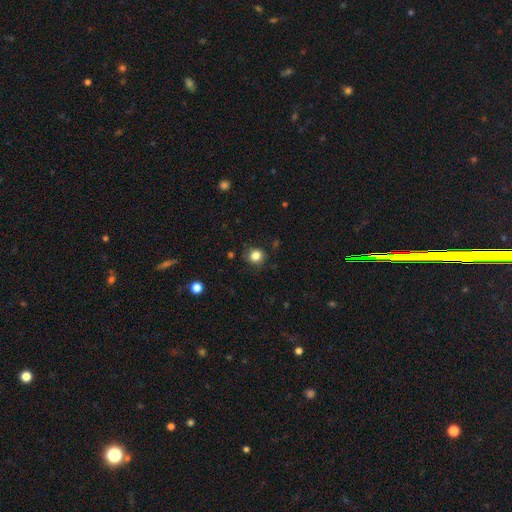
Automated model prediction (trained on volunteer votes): A smooth galaxy with no disk features (83%) that is round (88%). Merging: none (84%).